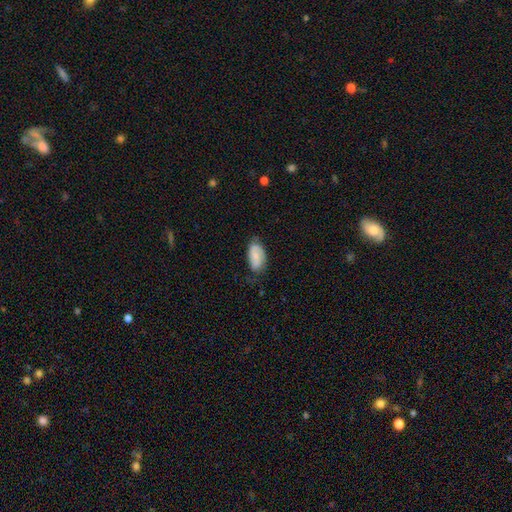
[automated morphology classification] Smooth or featured?
  - smooth: 60% *
  - featured or disk: 33%
  - star or artifact: 7%
How rounded?
  - in between: 94% *
  - round: 3%
  - cigar-shaped: 3%
Merging?
  - none: 61% *
  - minor disturbance: 30%
  - major disturbance: 8%
  - merger: 2%